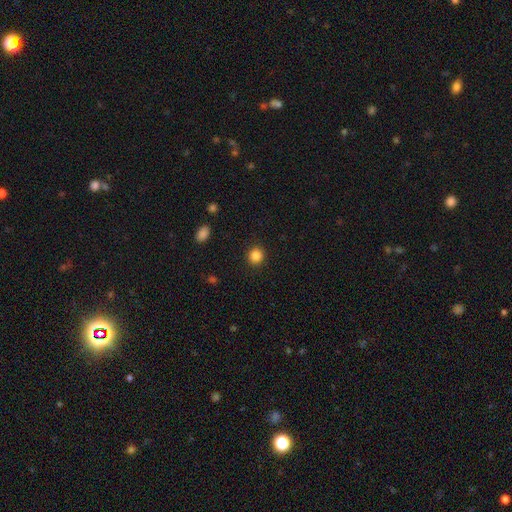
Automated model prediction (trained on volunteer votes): smooth_or_featured: smooth (p=0.86) [alt: star or artifact p=0.11]
how_rounded: round (p=0.91) [alt: in between p=0.08]
merging: none (p=0.91) [alt: minor disturbance p=0.05]